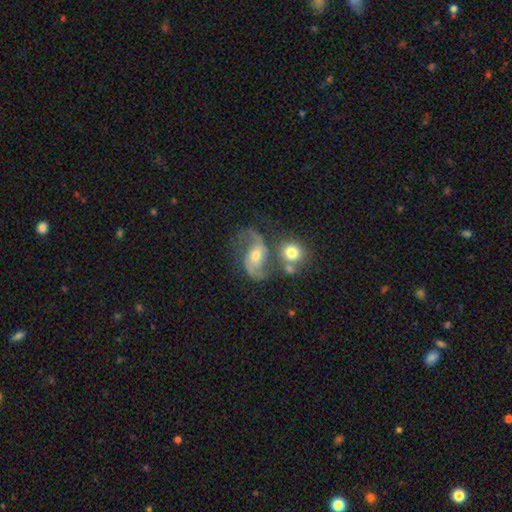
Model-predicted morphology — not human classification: smooth-or-featured: featured or disk: 82% | smooth: 11% | star or artifact: 7%
  disk-edge-on: no: 97% | yes: 3%
    bar: no: 40% (tied) | weak: 40% (tied) | strong: 20%
    has-spiral-arms: yes: 94% | no: 6%
      spiral-winding: loose: 52% | medium: 40% | tight: 8%
      spiral-arm-count: 2: 90% | 1: 4% | can't tell: 3% | 3: 1% | 4: 1% | more than 4: 1%
    bulge-size: moderate: 59% | small: 33% | large: 5% | none: 2% | dominant: 1%
  merging: none: 46% | merger: 24% | minor disturbance: 16% | major disturbance: 14%